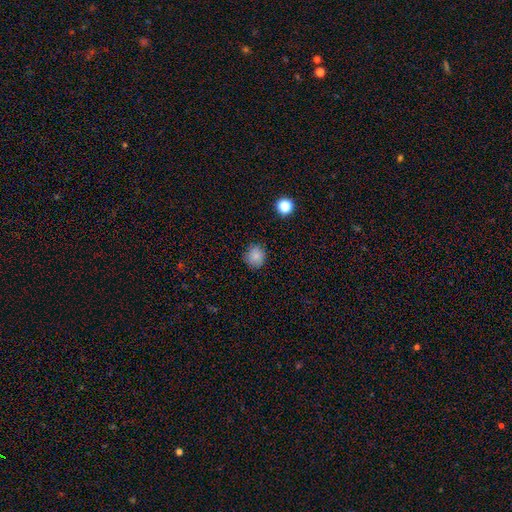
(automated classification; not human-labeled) Smooth or featured?
  - smooth: 84% *
  - star or artifact: 11%
  - featured or disk: 5%
How rounded?
  - round: 88% *
  - in between: 11%
  - cigar-shaped: 1%
Merging?
  - none: 86% *
  - minor disturbance: 11%
  - major disturbance: 3%
  - merger: 1%